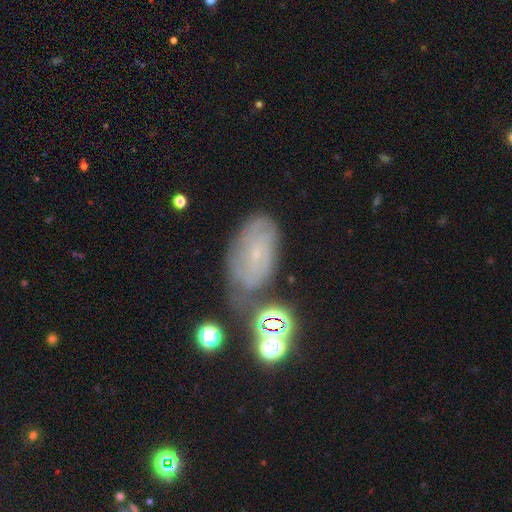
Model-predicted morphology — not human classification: featured or disk 55%, smooth 23%, star or artifact 23%. Down the decision tree: edge-on disk — no (93%); bar — no (69%); spiral arms — yes (82%); bulge size — small (84%); merging — none (64%).